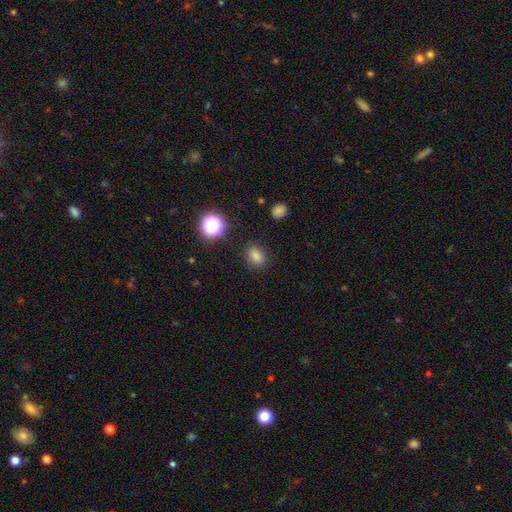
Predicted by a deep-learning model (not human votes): smooth-or-featured: smooth: 79% | star or artifact: 16% | featured or disk: 5%
  how-rounded: in between: 66% | round: 33% | cigar-shaped: 1%
  merging: none: 86% | minor disturbance: 9% | major disturbance: 3% | merger: 2%